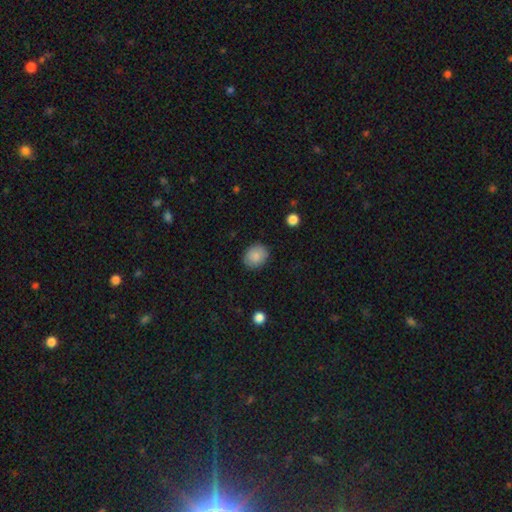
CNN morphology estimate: smooth_or_featured: smooth (p=0.88) [alt: star or artifact p=0.08]
how_rounded: round (p=0.54) [alt: in between p=0.45]
merging: none (p=0.87) [alt: minor disturbance p=0.09]